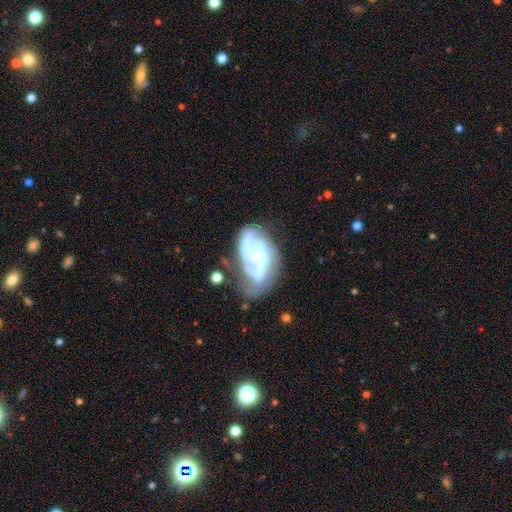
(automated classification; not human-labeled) The model was most divided on "spiral arm count": 2: 31%, can't tell: 27%, 3: 25%, 4: 7%, 1: 5%, more than 4: 4%. Remaining: edge-on disk — no (97%); spiral arms — yes (82%); smooth or featured — featured or disk (80%); bar — no (52%); bulge size — small (49%); spiral winding — medium (43%); merging — none (41%).